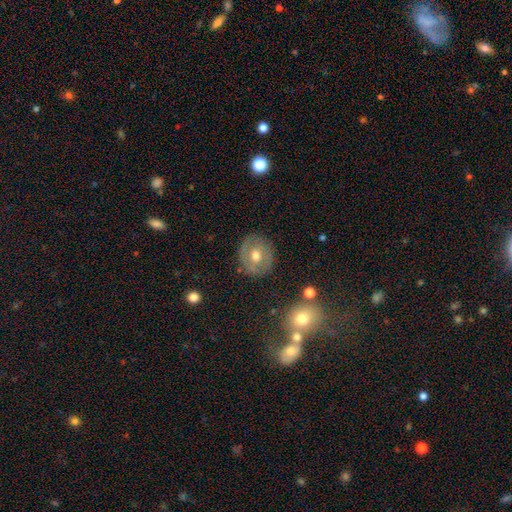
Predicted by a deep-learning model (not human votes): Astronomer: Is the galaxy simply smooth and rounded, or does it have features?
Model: smooth — 48% (runner-up: featured or disk, 43%).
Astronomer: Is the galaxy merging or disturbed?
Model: none — 83%.